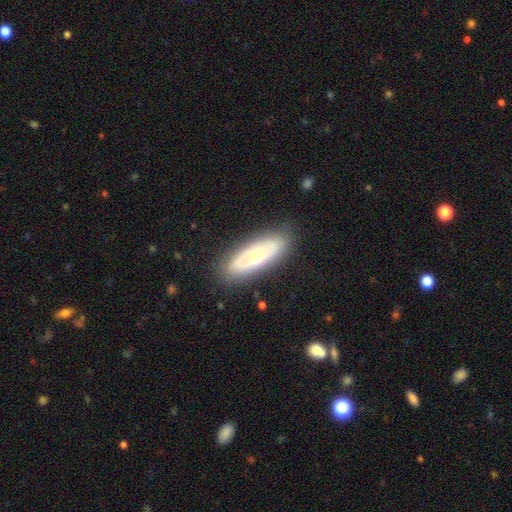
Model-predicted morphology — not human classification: This appears to be a featured or disk galaxy (56%). Merging: none (84%).